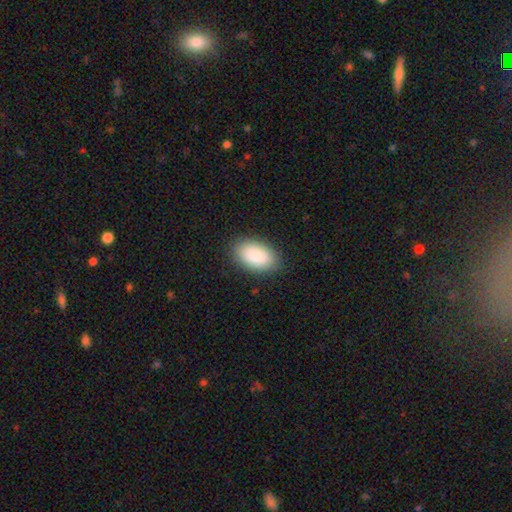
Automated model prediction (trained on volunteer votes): Q: Smooth or featured?
A: smooth (89%); runner-up: star or artifact (6%)
Q: How rounded?
A: in between (93%); runner-up: round (5%)
Q: Merging?
A: none (87%); runner-up: minor disturbance (9%)